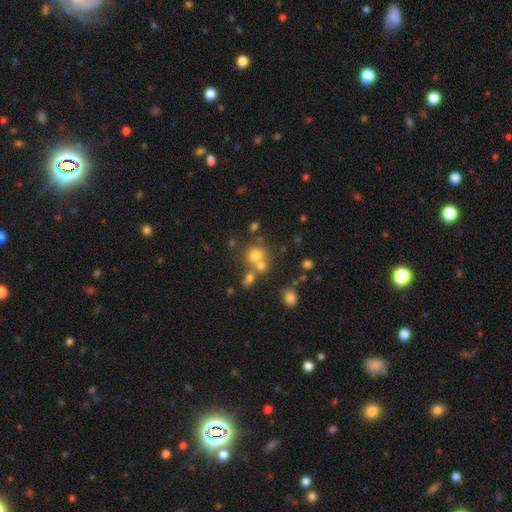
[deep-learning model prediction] The model was most divided on "merging": none: 47%, merger: 39%, minor disturbance: 9%, major disturbance: 5%. More confident: how rounded — round (81%); smooth or featured — smooth (68%).